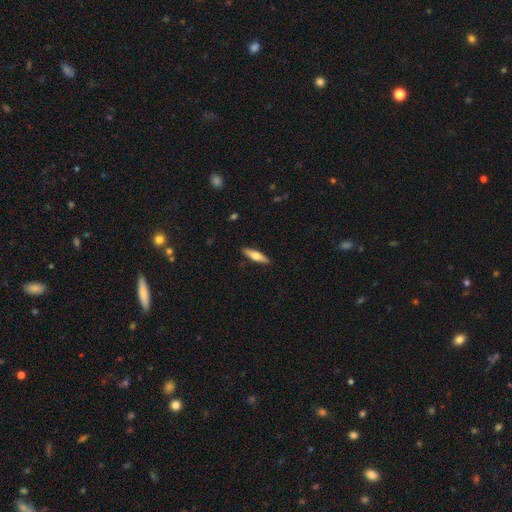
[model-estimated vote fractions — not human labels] Morphology: type=smooth (55%); roundness=cigar-shaped (70%); merging=none (89%).